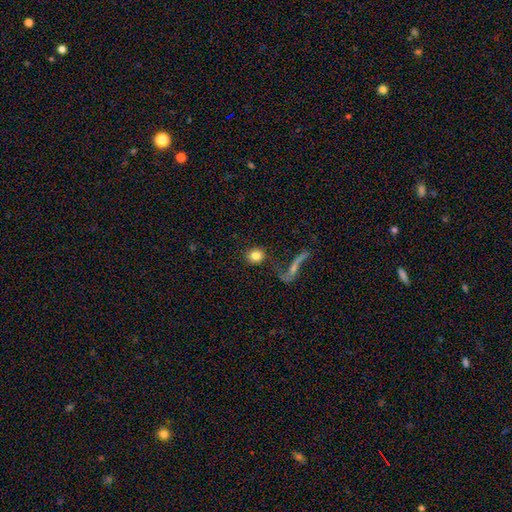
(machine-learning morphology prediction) This is clearly a smooth galaxy (82%). How rounded: likely round (71%). Merging: likely none (70%).